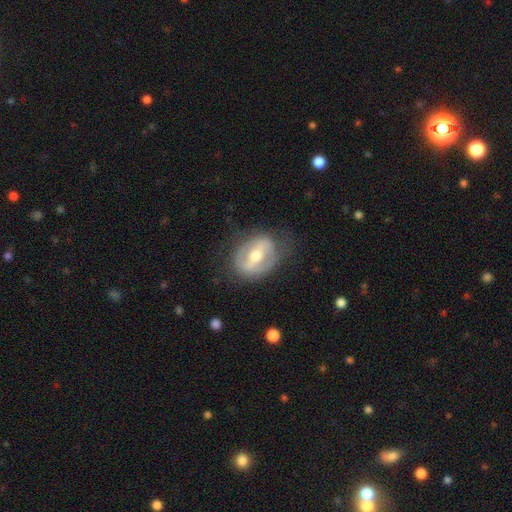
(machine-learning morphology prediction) featured or disk 67%, smooth 27%, star or artifact 6%. Down the decision tree: edge-on disk — no (91%); bar — strong (59%); spiral arms — no (67%); bulge size — moderate (70%); merging — none (71%).